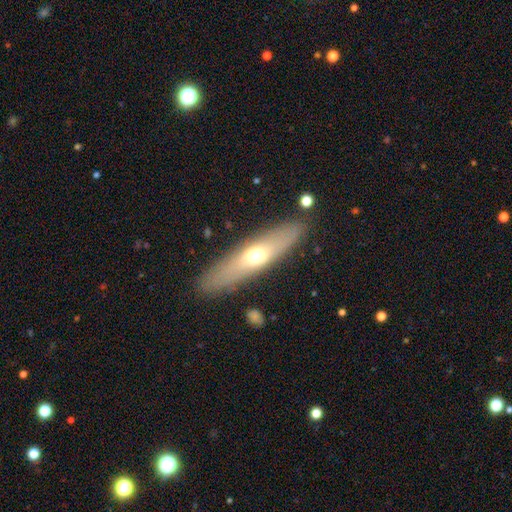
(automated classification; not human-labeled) This appears to be a smooth galaxy with no disk features (50%). Merging: none (87%).